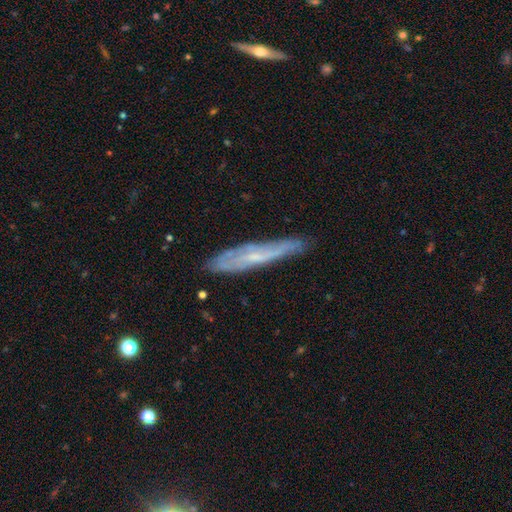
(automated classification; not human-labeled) Morphology: type=featured or disk (58%); edge-on=yes (69%); merging=none (76%).